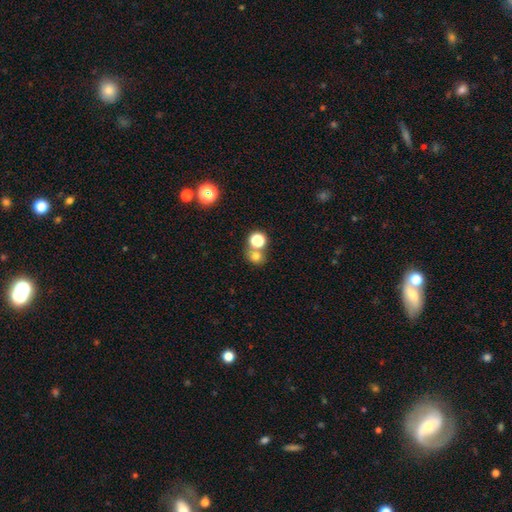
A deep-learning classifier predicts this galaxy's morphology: smooth 71%, star or artifact 20%, featured or disk 9%. Down the decision tree: how rounded — round (80%); merging — none (54%).